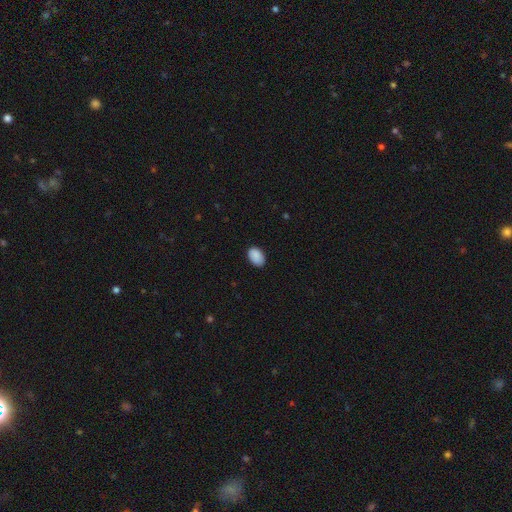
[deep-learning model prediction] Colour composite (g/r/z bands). It shows a smooth galaxy with no disk features (90%) that is in between round and cigar-shaped (85%). Merging: none (85%).